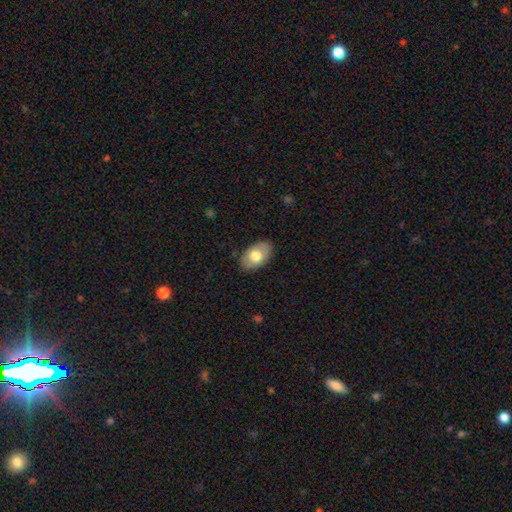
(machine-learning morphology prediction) Smooth or featured? smooth (72%)
How rounded? in between (92%)
Merging? none (85%)